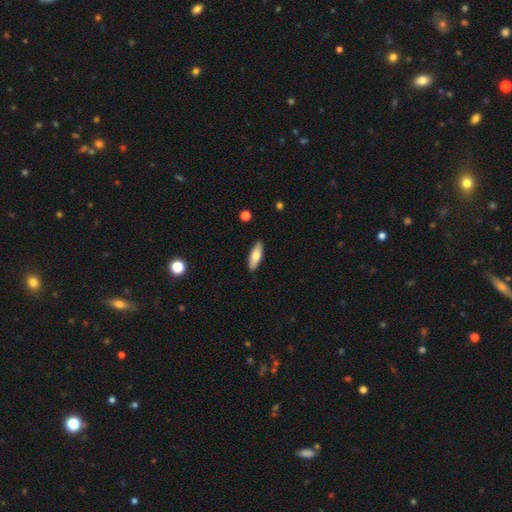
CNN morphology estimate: This appears to be a smooth galaxy with no disk features (73%) that is in between round and cigar-shaped (60%). Merging: none (90%).